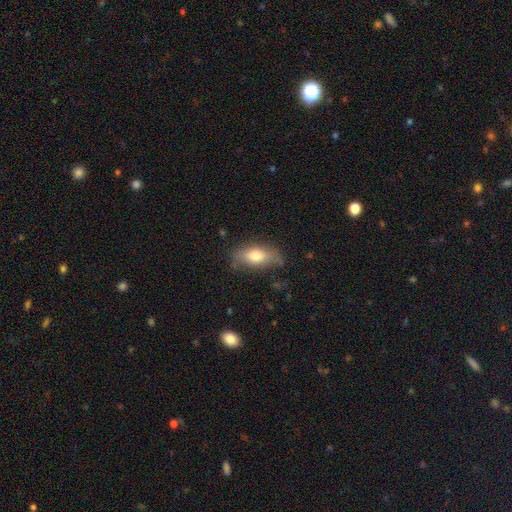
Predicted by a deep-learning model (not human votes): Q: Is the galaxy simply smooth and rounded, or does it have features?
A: smooth — 69%.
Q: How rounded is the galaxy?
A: in between — 81%.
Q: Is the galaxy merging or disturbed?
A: none — 72%.